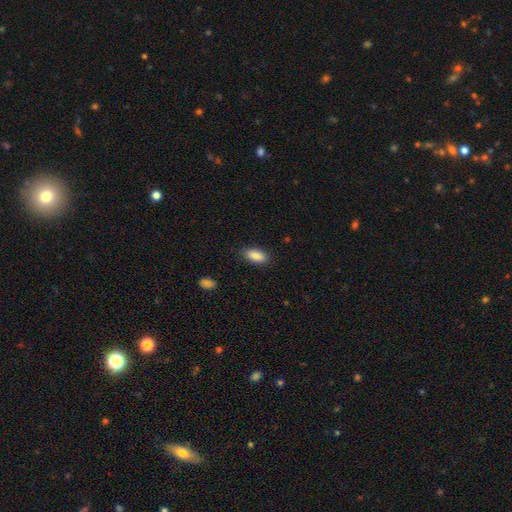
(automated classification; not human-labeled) Smooth or featured? smooth (89%)
How rounded? in between (87%)
Merging? none (87%)